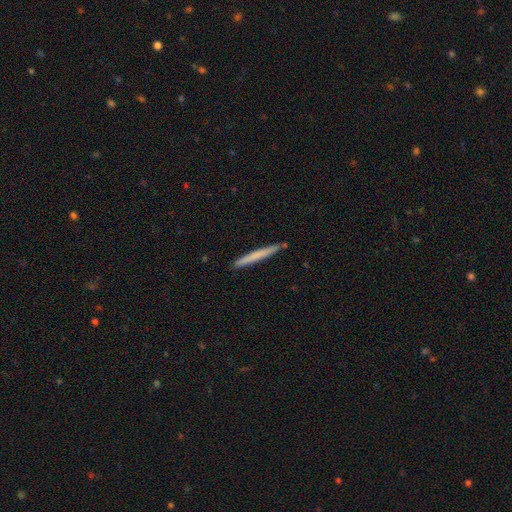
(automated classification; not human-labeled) This is likely a smooth galaxy (64%). How rounded: clearly cigar-shaped (97%). Merging: clearly none (90%).